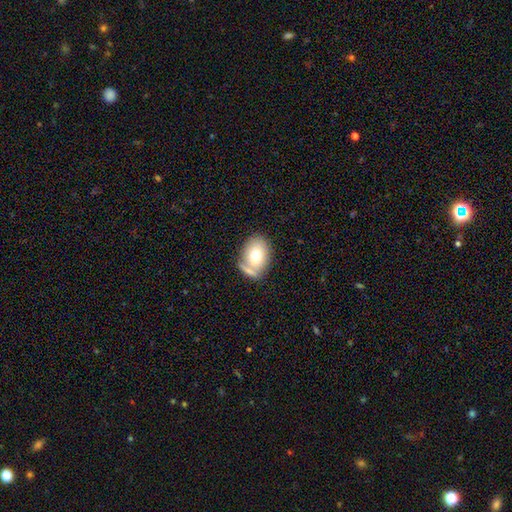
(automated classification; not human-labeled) The model was most divided on "merging": none: 53%, merger: 24%, minor disturbance: 17%, major disturbance: 7%. More confident: how rounded — in between (70%); smooth or featured — smooth (70%).